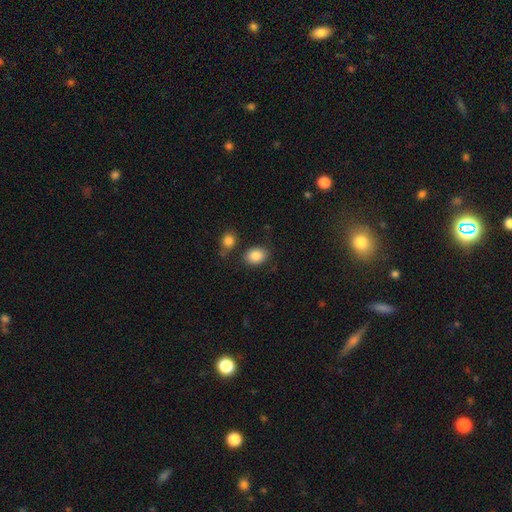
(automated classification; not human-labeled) A smooth galaxy with no disk features (86%) that is in between round and cigar-shaped (64%). Merging: none (78%).